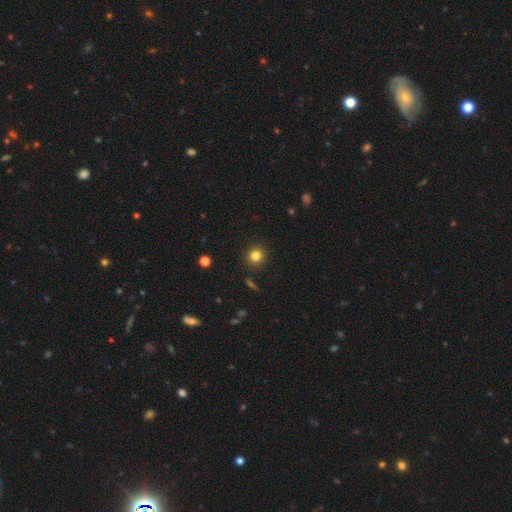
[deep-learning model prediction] smooth 81%, star or artifact 13%, featured or disk 6%. Down the decision tree: how rounded — round (90%); merging — none (91%).